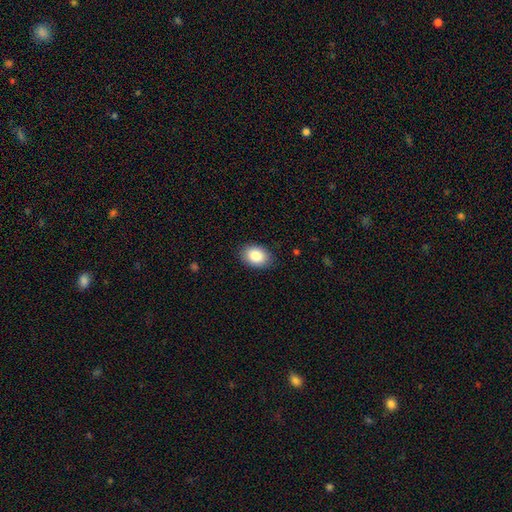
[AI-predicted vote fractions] The model was most divided on "how rounded": in between: 80%, round: 19%, cigar-shaped: 1%. More confident: smooth or featured — smooth (88%); merging — none (87%).